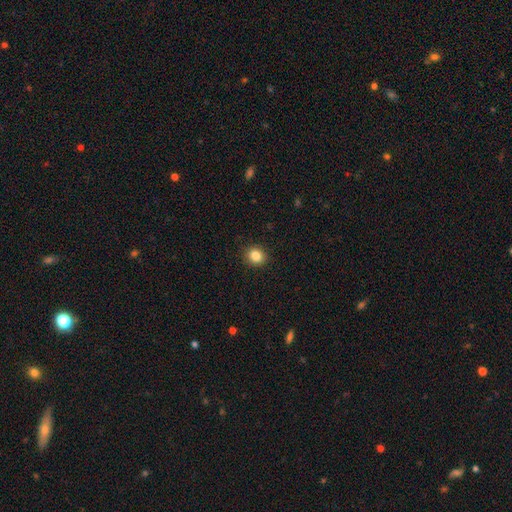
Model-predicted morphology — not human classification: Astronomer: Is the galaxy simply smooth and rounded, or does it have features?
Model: smooth — 85%.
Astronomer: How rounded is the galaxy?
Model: round — 75%.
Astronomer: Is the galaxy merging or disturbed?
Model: none — 91%.